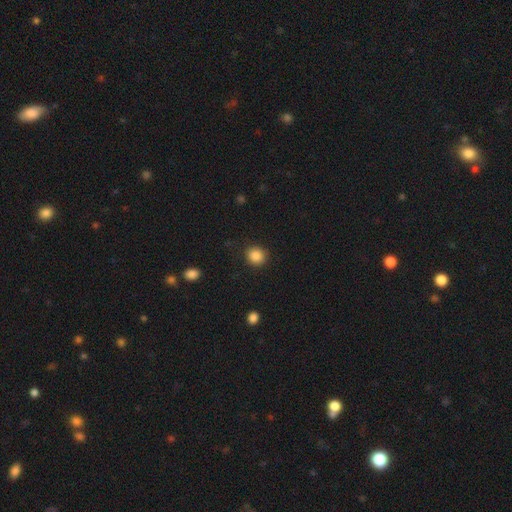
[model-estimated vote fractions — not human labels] Smooth or featured?
  - smooth: 87% *
  - star or artifact: 10%
  - featured or disk: 4%
How rounded?
  - round: 81% *
  - in between: 18%
  - cigar-shaped: 1%
Merging?
  - none: 88% *
  - minor disturbance: 8%
  - major disturbance: 3%
  - merger: 1%